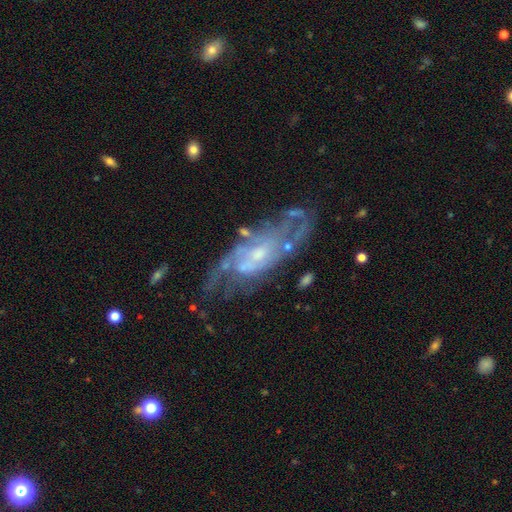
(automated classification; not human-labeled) featured or disk 82%, smooth 11%, star or artifact 7%. Down the decision tree: edge-on disk — no (89%); bar — no (58%); spiral arms — yes (83%); spiral arm count — can't tell (45%); spiral winding — tight (41%); bulge size — small (56%); merging — none (61%).